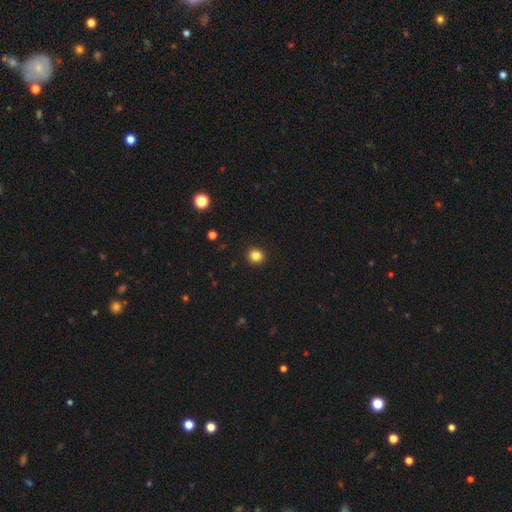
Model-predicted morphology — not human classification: This is clearly a smooth galaxy (83%). How rounded: clearly round (91%). Merging: clearly none (93%).